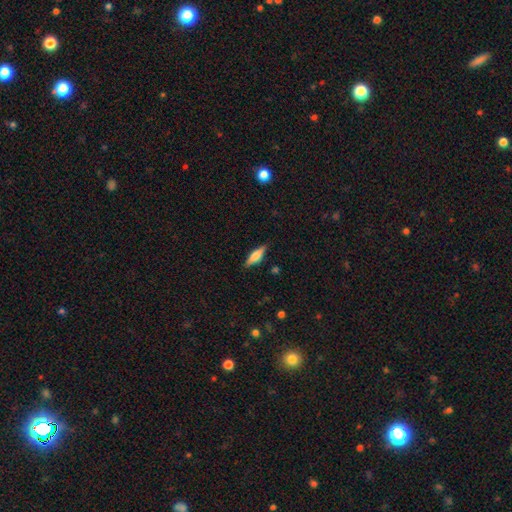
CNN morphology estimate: This is possibly a smooth galaxy (53%). How rounded: possibly cigar-shaped (55%). Merging: clearly none (85%).